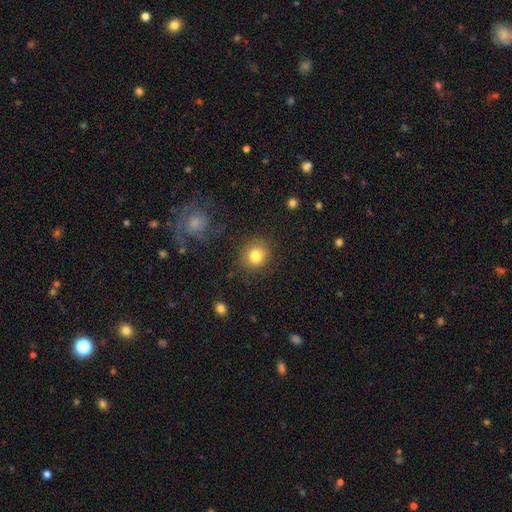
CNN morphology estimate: type=smooth (82%); roundness=round (88%); merging=none (85%).